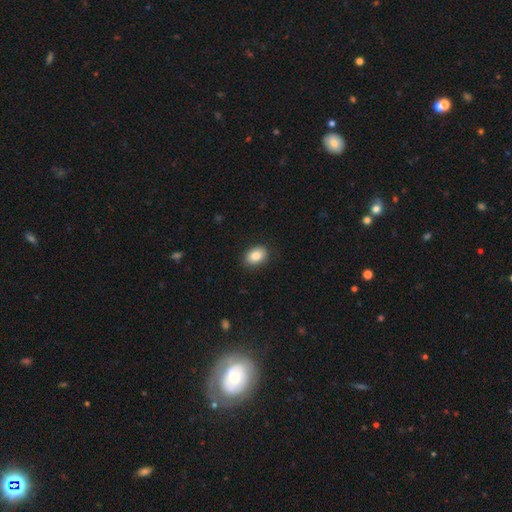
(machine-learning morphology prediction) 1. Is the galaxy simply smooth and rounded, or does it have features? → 85% smooth, 8% star or artifact, 7% featured or disk.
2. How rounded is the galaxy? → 77% in between, 22% round, 1% cigar-shaped.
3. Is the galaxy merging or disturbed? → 87% none, 10% minor disturbance, 2% major disturbance, 1% merger.